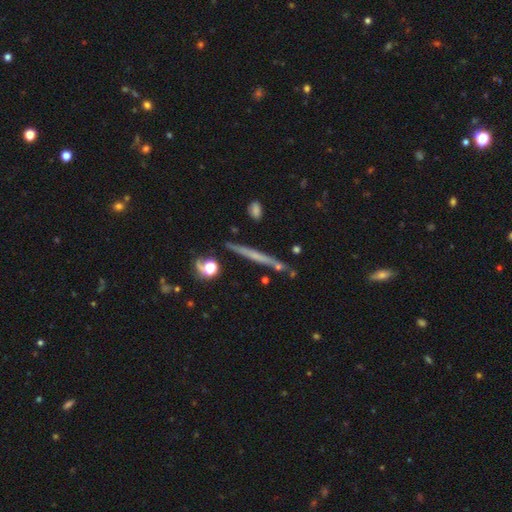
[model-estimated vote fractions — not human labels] Morphology: type=featured or disk (55%); edge-on=yes (95%); edge-on bulge=none (80%); merging=none (84%).